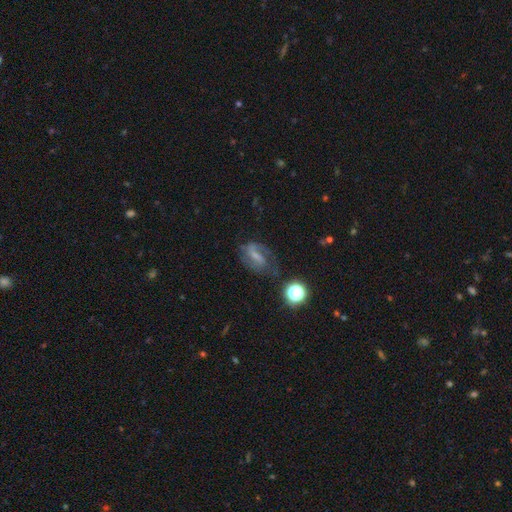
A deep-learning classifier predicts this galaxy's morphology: A featured or disk galaxy (64%) with a weak bar (43%), 2 (72%) medium (47%) spiral arms (87%) and a small central bulge (37%).

Vote fractions:
- Smooth or featured? featured or disk: 64% / smooth: 22% / star or artifact: 15%
- Edge-on disk? no: 95% / yes: 5%
- Bar? weak: 43% / strong: 37% / no: 20%
- Spiral arms? yes: 87% / no: 13%
- Spiral winding? medium: 47% / loose: 30% / tight: 23%
- Spiral arm count? 2: 72% / 1: 14% / can't tell: 10% / 3: 2% / 4: 1% / more than 4: 1%
- Bulge size? small: 37% / none: 34% / moderate: 22% / large: 5% / dominant: 2%
- Merging? none: 60% / minor disturbance: 21% / major disturbance: 16% / merger: 3%